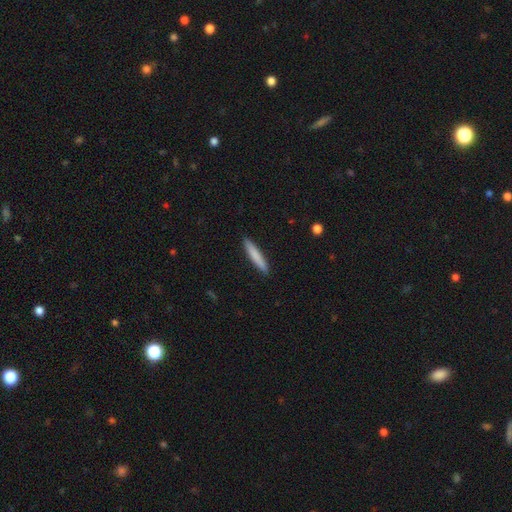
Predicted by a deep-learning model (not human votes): Smooth or featured? smooth (80%)
How rounded? cigar-shaped (93%)
Merging? none (91%)